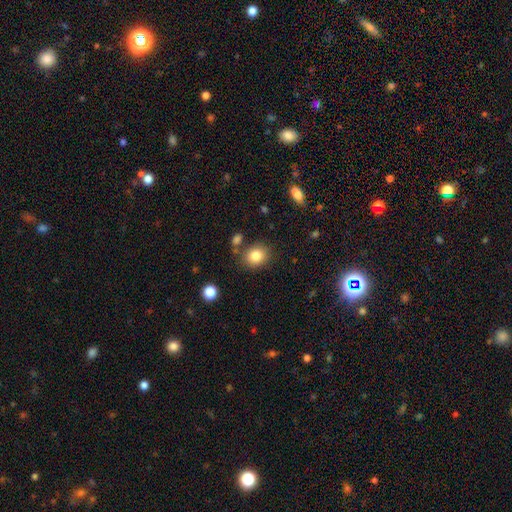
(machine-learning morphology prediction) type=smooth (84%); roundness=round (64%); merging=none (79%).